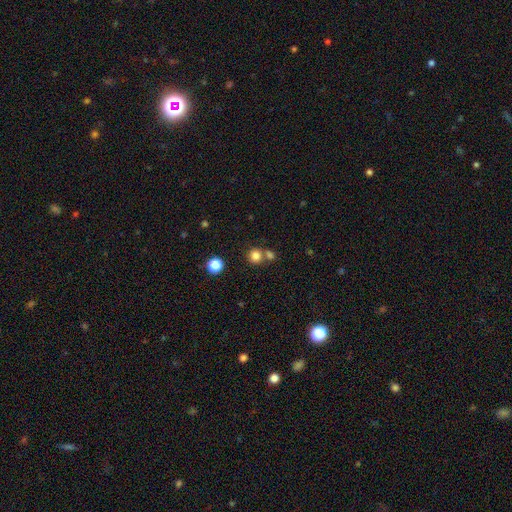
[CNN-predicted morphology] Overall: smooth (81%). How rounded: round (90%). Merging: none (60%; merger 30%).